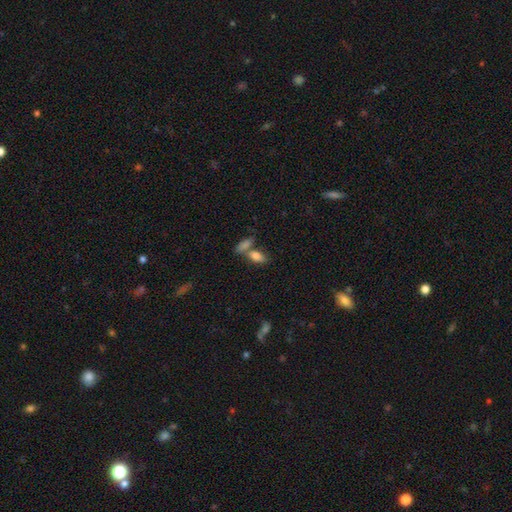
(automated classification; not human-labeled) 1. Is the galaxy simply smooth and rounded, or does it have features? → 81% smooth, 11% featured or disk, 8% star or artifact.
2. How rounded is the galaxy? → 84% in between, 11% cigar-shaped, 5% round.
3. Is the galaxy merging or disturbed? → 43% merger (tied), 43% none (tied), 10% minor disturbance, 4% major disturbance.